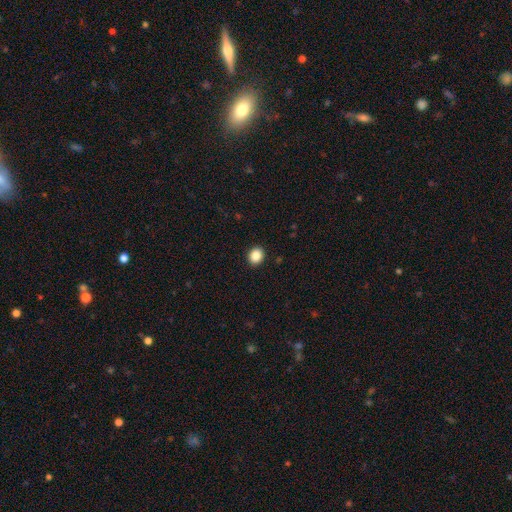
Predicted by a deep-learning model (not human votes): A smooth galaxy with no disk features (86%) that is round (72%).

Vote fractions:
- Smooth or featured? smooth: 86% / star or artifact: 10% / featured or disk: 4%
- How rounded? round: 72% / in between: 27% / cigar-shaped: 1%
- Merging? none: 92% / minor disturbance: 5% / major disturbance: 2% / merger: 1%